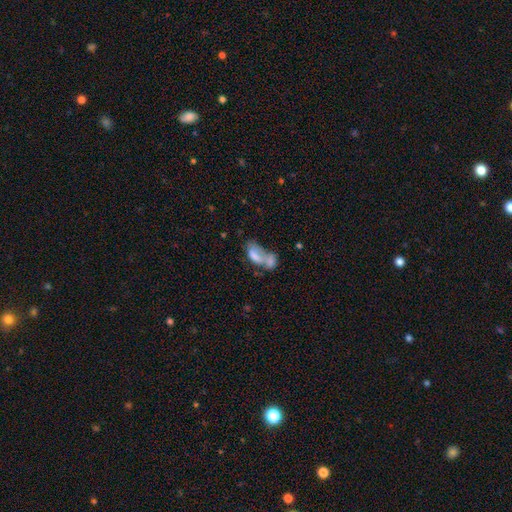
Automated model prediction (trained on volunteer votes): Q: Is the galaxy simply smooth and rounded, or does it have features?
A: smooth — 65%.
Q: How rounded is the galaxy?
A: in between — 87%.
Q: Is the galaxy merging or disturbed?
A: merger — 69%.